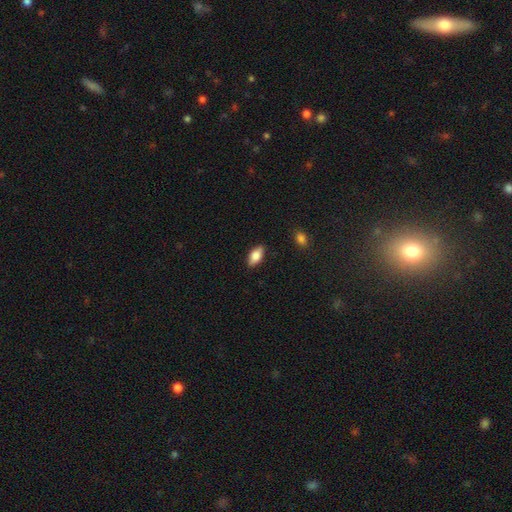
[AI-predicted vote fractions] This appears to be a smooth galaxy with no disk features (77%) that is in between round and cigar-shaped (88%). Merging: none (86%).